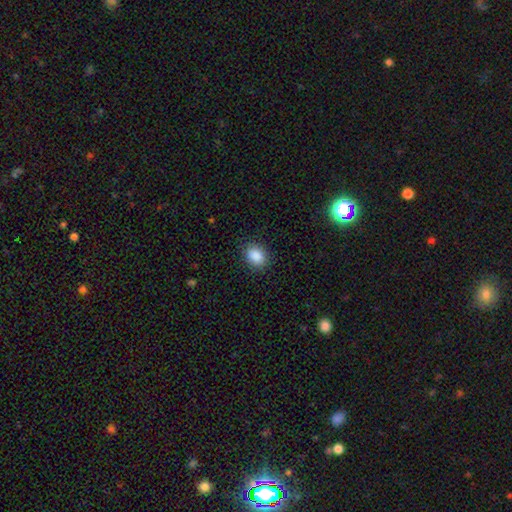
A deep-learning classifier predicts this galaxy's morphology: Overall: smooth (88%). How rounded: in between (62%; round 37%). Merging: none (86%).